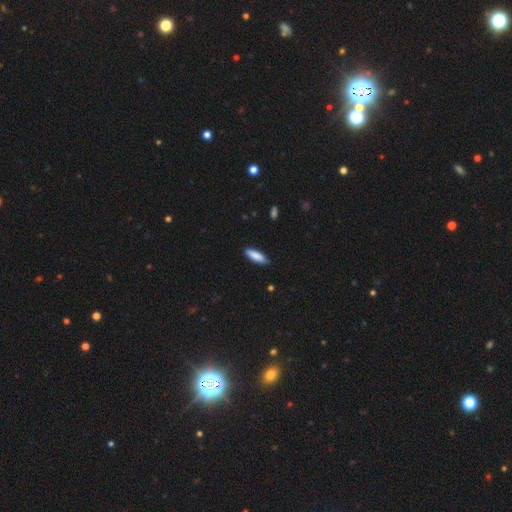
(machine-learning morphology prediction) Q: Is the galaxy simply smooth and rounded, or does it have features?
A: smooth — 86%.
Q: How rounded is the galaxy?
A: cigar-shaped — 54%.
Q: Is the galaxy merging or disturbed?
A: none — 87%.